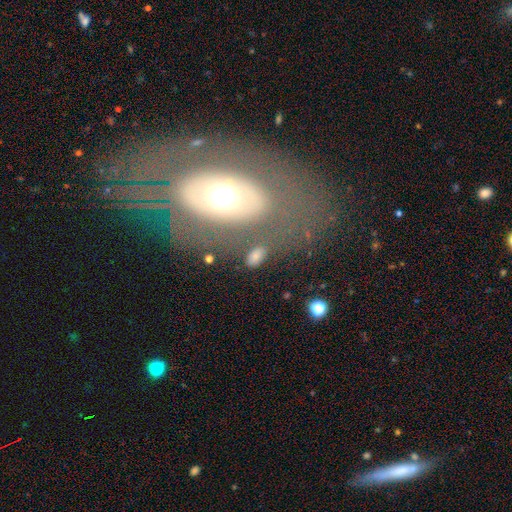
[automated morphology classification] Smooth or featured?
  - smooth: 73% *
  - star or artifact: 14%
  - featured or disk: 13%
How rounded?
  - in between: 89% *
  - round: 7%
  - cigar-shaped: 4%
Merging?
  - none: 71% *
  - minor disturbance: 14%
  - major disturbance: 8%
  - merger: 7%